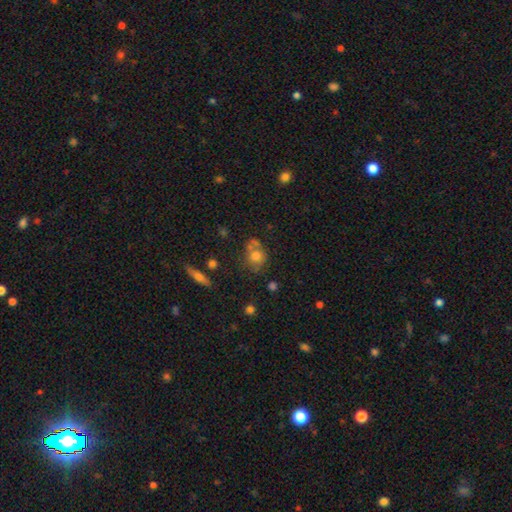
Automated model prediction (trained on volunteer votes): smooth 72%, featured or disk 15%, star or artifact 12%. Down the decision tree: how rounded — round (76%); merging — none (54%).